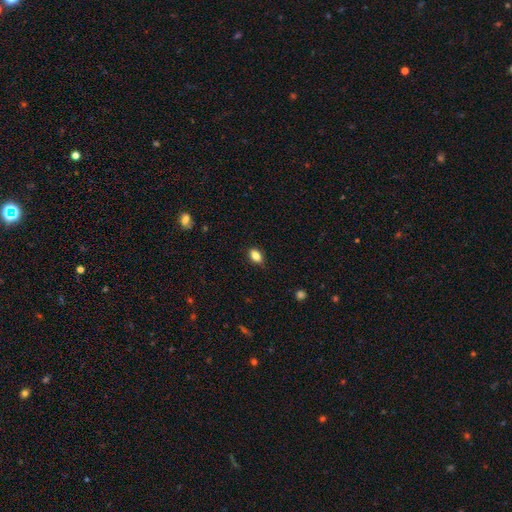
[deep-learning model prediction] Smooth or featured: smooth — 85% (star or artifact — 9%)
How rounded: in between — 84% (round — 14%)
Merging: none — 86% (minor disturbance — 11%)